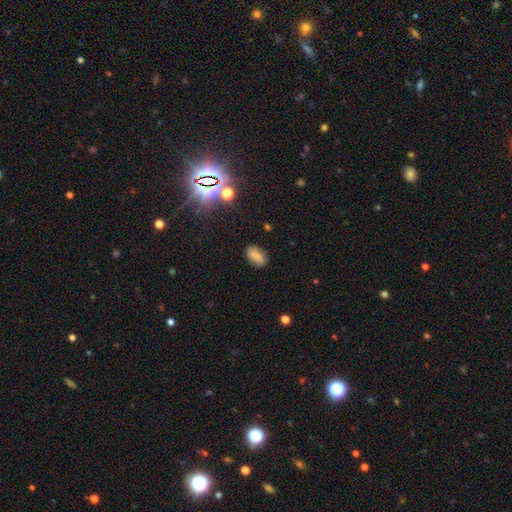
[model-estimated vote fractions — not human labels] Smooth or featured?
  - smooth: 75% *
  - featured or disk: 13%
  - star or artifact: 12%
How rounded?
  - in between: 89% *
  - round: 8%
  - cigar-shaped: 3%
Merging?
  - none: 80% *
  - minor disturbance: 14%
  - major disturbance: 4%
  - merger: 2%